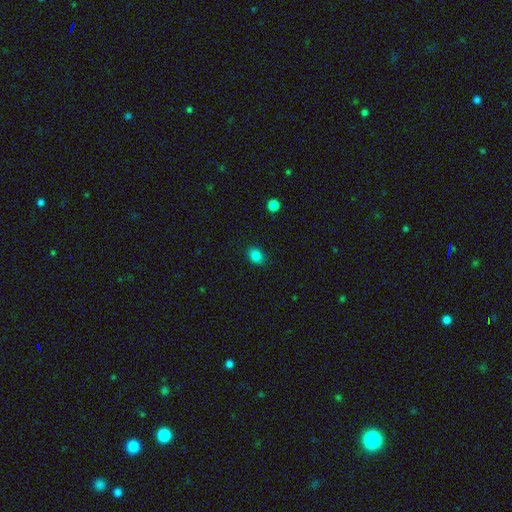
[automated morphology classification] This appears to be a smooth galaxy with no disk features (85%) that is in between round and cigar-shaped (61%). Merging: none (88%).